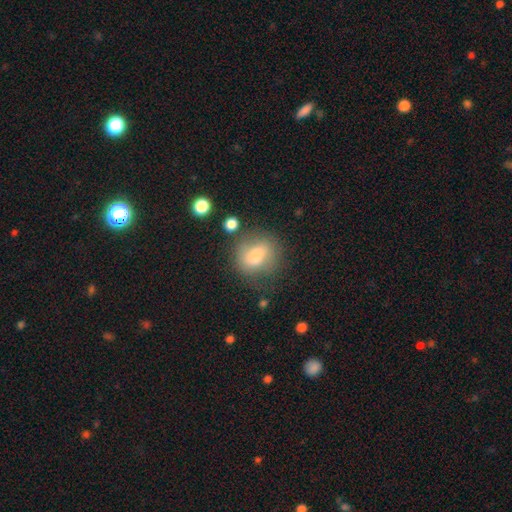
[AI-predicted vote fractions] This is likely a smooth galaxy (73%). How rounded: possibly round (58%). Merging: likely none (68%).